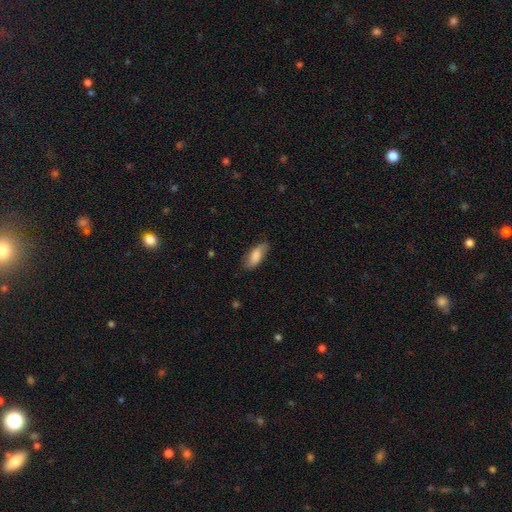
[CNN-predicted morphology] smooth_or_featured: smooth (p=0.74) [alt: featured or disk p=0.19]
how_rounded: in between (p=0.81) [alt: cigar-shaped p=0.17]
merging: none (p=0.75) [alt: minor disturbance p=0.19]